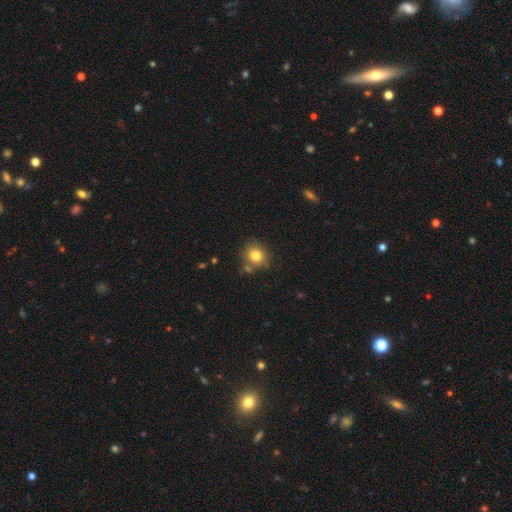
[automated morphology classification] smooth 81%, star or artifact 11%, featured or disk 8%. Down the decision tree: how rounded — round (78%); merging — none (75%).